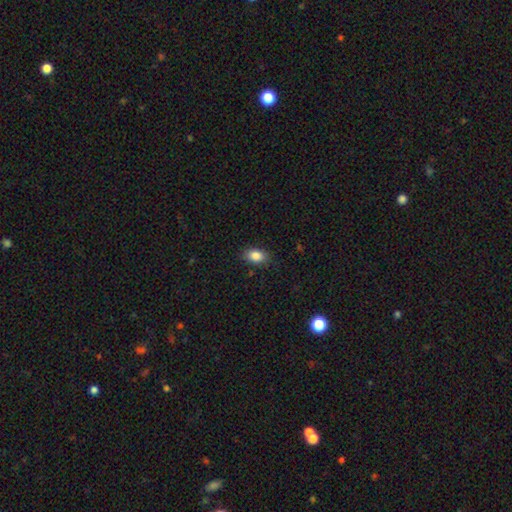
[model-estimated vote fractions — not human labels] Smooth or featured?
  - smooth: 86% *
  - star or artifact: 8%
  - featured or disk: 6%
How rounded?
  - in between: 85% *
  - round: 13%
  - cigar-shaped: 2%
Merging?
  - none: 86% *
  - minor disturbance: 11%
  - major disturbance: 2%
  - merger: 1%